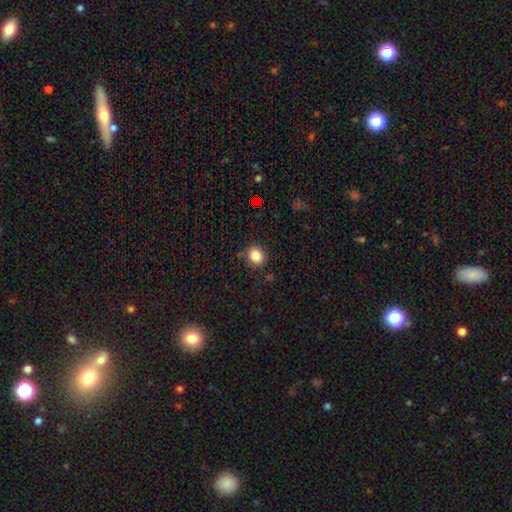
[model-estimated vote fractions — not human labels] smooth 84%, star or artifact 11%, featured or disk 5%. Down the decision tree: how rounded — round (60%); merging — none (82%).